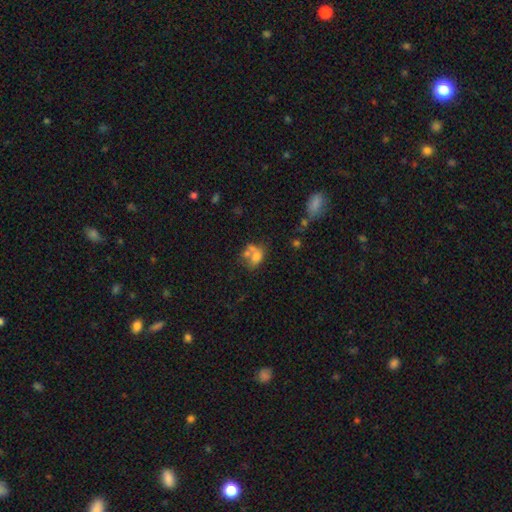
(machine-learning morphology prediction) A smooth galaxy with no disk features (63%) that is in between round and cigar-shaped (63%).

Vote fractions:
- Smooth or featured? smooth: 63% / featured or disk: 23% / star or artifact: 13%
- How rounded? in between: 63% / round: 35% / cigar-shaped: 2%
- Merging? merger: 50% / none: 25% / minor disturbance: 13% / major disturbance: 12%